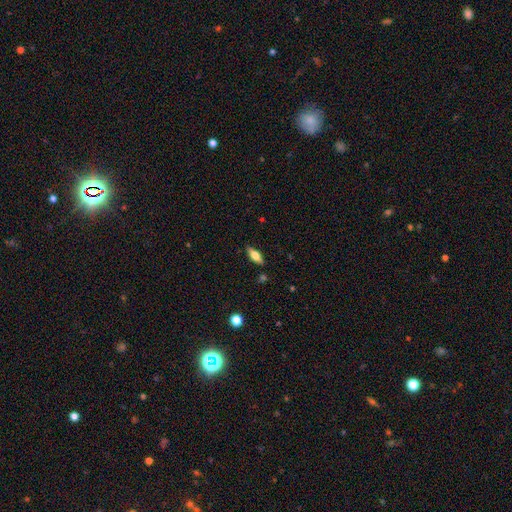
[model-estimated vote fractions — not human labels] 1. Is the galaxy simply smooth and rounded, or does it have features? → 57% smooth, 36% featured or disk, 7% star or artifact.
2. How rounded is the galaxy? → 66% in between, 31% cigar-shaped, 3% round.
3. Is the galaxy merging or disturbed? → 85% none, 10% minor disturbance, 2% major disturbance, 2% merger.